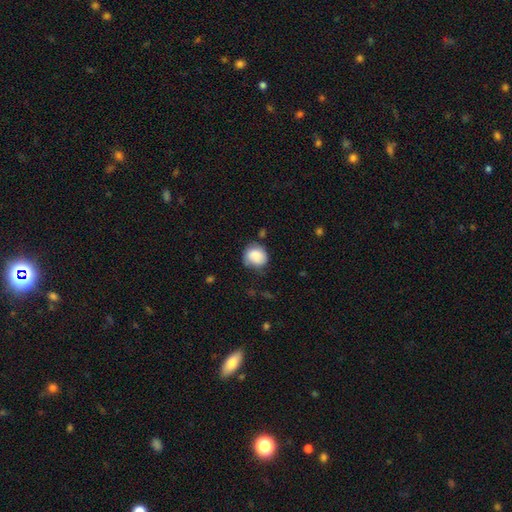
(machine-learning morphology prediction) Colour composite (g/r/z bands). It shows a smooth galaxy with no disk features (82%) that is round (76%). Merging: none (63%).